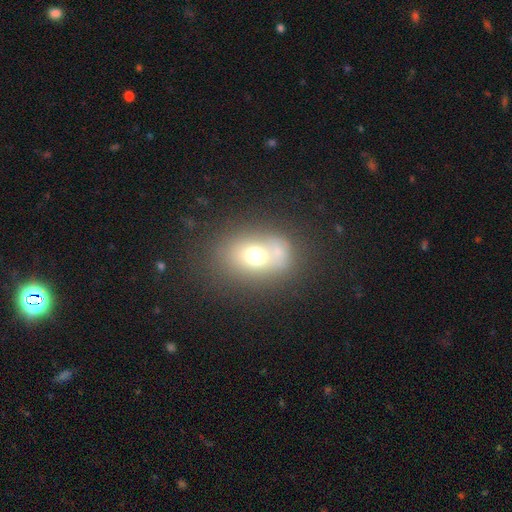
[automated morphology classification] This is likely a smooth galaxy (66%). How rounded: likely in between (62%). Merging: possibly none (47%).